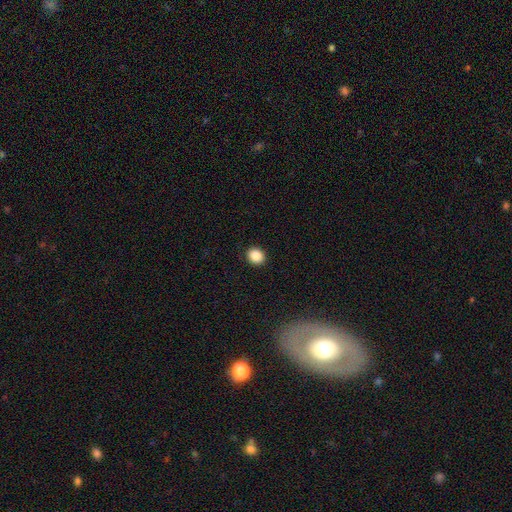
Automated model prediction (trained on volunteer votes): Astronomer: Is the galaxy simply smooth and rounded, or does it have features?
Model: smooth — 88%.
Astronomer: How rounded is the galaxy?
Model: round — 71%.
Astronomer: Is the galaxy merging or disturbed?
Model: none — 92%.